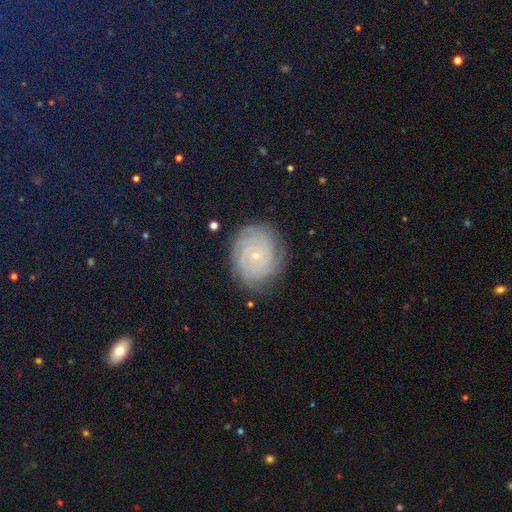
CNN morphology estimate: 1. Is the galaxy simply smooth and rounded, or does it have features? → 77% featured or disk, 14% smooth, 10% star or artifact.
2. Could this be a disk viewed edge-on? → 97% no, 3% yes.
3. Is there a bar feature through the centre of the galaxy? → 83% no, 14% weak, 3% strong.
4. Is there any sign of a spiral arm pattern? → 95% yes, 5% no.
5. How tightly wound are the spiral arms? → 85% tight, 12% medium, 3% loose.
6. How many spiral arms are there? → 36% can't tell, 19% 4, 14% 3, 12% more than 4, 12% 2, 8% 1.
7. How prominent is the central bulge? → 85% small, 12% moderate, 1% none, 1% large, 1% dominant.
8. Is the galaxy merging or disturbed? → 82% none, 13% minor disturbance, 4% major disturbance, 1% merger.